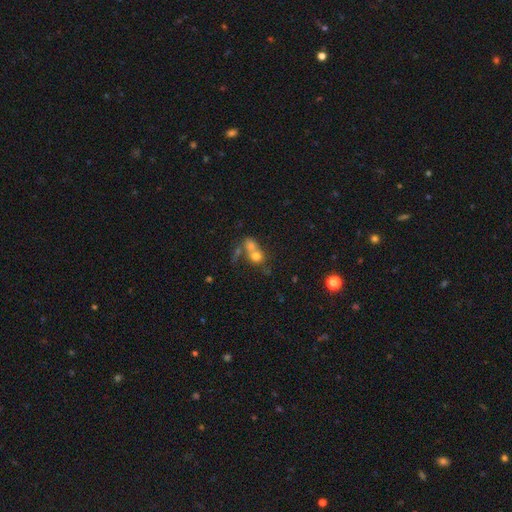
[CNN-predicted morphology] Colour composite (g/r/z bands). It shows a smooth galaxy with no disk features (66%) that is round (68%). Merging: merger (65%).